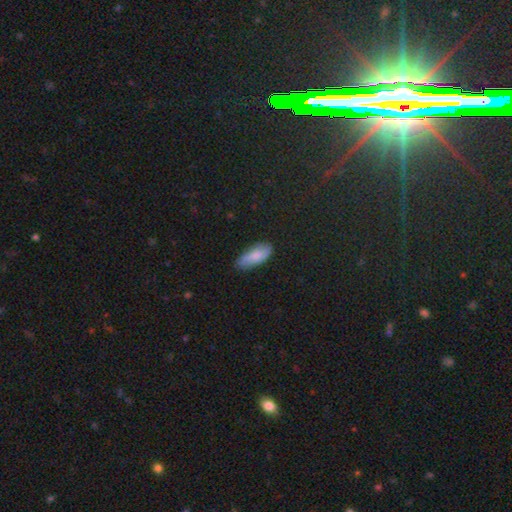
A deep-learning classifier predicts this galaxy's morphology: A smooth galaxy with no disk features (78%) that is in between round and cigar-shaped (81%). Merging: none (71%).